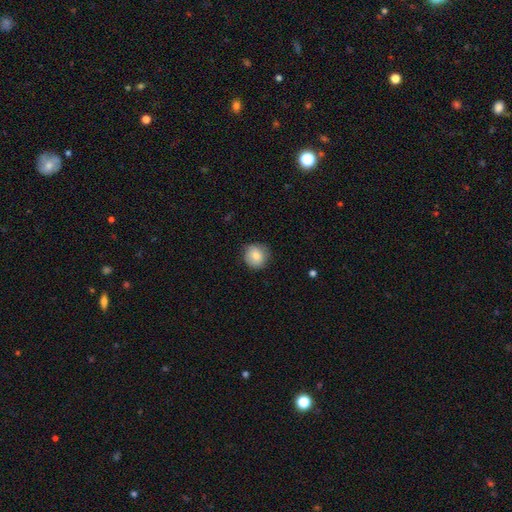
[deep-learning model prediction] smooth_or_featured: smooth (p=0.83) [alt: featured or disk p=0.09]
how_rounded: round (p=0.91) [alt: in between p=0.08]
merging: none (p=0.80) [alt: minor disturbance p=0.16]